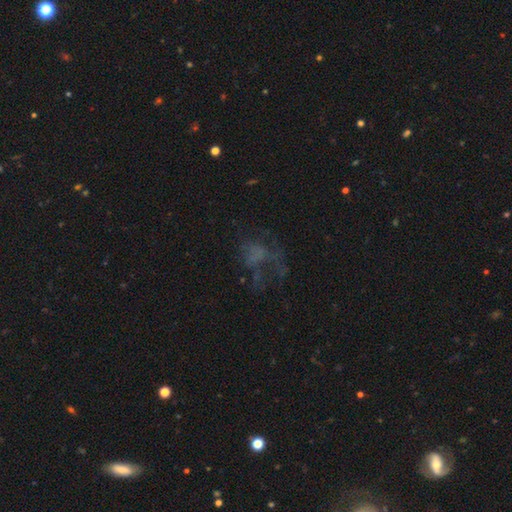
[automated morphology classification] A featured or disk galaxy (40%). Merging: major disturbance (41%).